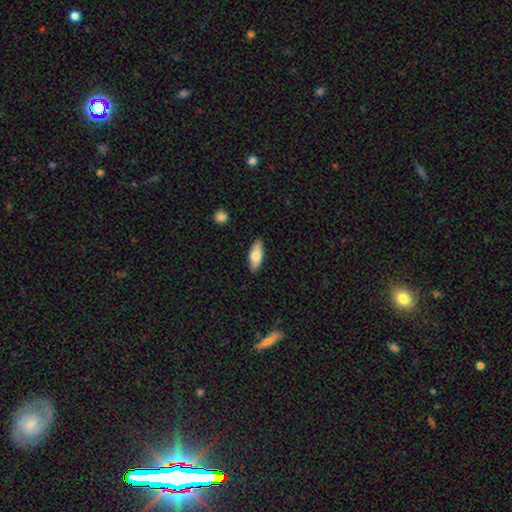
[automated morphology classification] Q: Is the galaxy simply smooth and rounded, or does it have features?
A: smooth — 76%.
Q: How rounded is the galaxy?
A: in between — 76%.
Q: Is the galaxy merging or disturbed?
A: none — 87%.